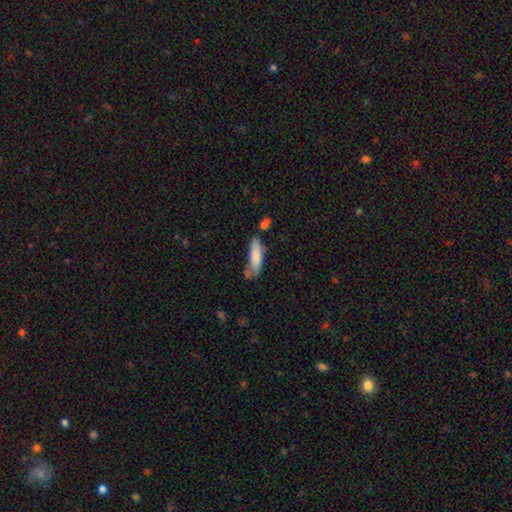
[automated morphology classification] Overall: smooth (80%). How rounded: cigar-shaped (54%; in between 44%). Merging: none (47%; minor disturbance 30%).